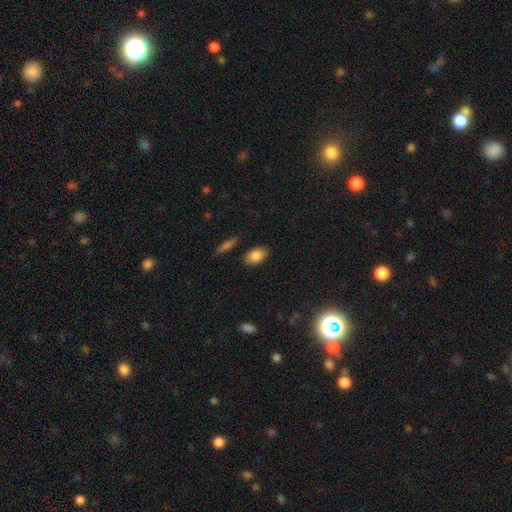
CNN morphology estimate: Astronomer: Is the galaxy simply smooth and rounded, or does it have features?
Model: smooth — 85%.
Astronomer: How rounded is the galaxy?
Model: in between — 89%.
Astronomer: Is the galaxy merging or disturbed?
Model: none — 86%.